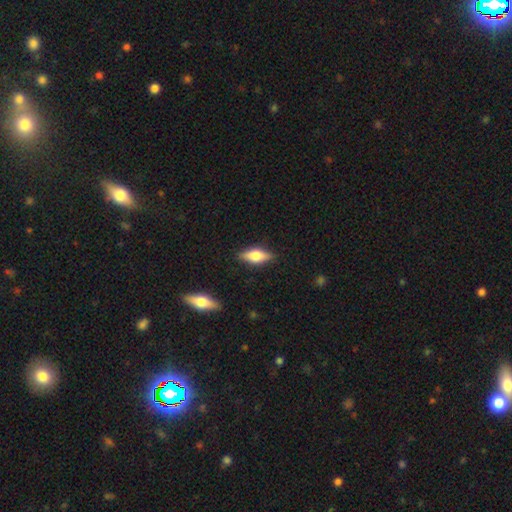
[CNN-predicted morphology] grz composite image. It shows a smooth galaxy with no disk features (59%) that is in between round and cigar-shaped (70%). Merging: none (86%).